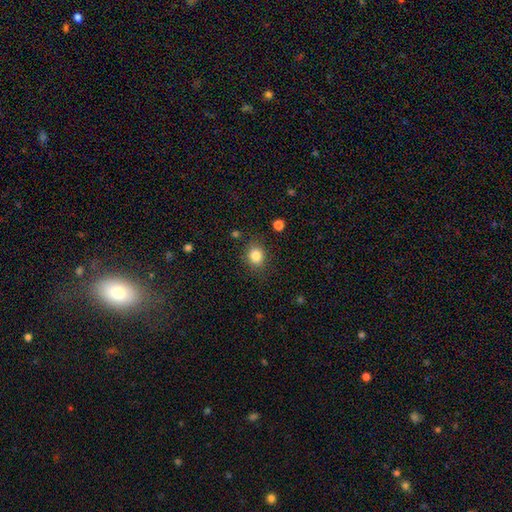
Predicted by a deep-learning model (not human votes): Smooth or featured?
  - smooth: 84% *
  - star or artifact: 11%
  - featured or disk: 6%
How rounded?
  - round: 68% *
  - in between: 31%
  - cigar-shaped: 1%
Merging?
  - none: 84% *
  - minor disturbance: 11%
  - major disturbance: 3%
  - merger: 2%